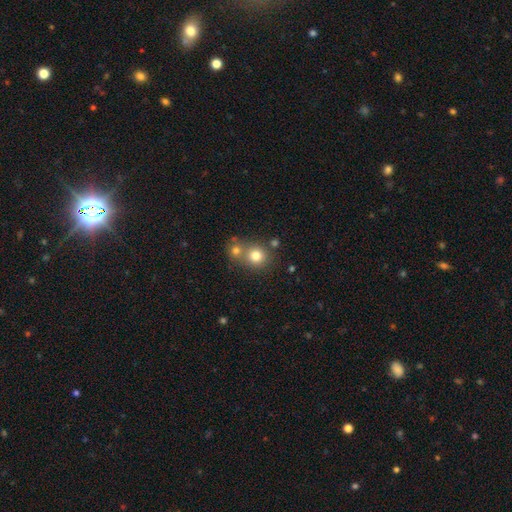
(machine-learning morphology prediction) type=smooth (77%); roundness=round (85%); merging=none (53%).